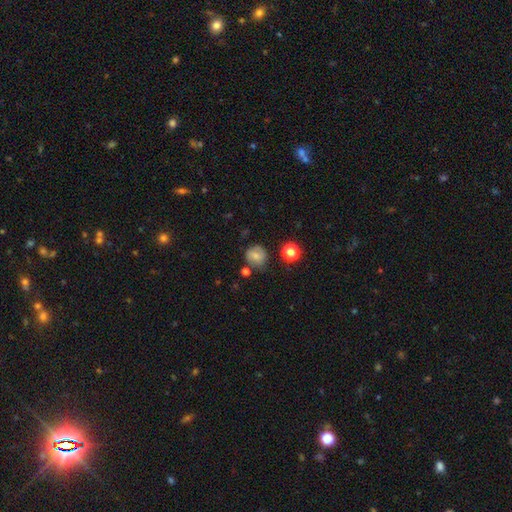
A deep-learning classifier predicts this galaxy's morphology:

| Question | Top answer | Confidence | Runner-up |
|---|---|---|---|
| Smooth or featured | smooth | 61% | featured or disk (27%) |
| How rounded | round | 84% | in between (15%) |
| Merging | none | 70% | minor disturbance (18%) |